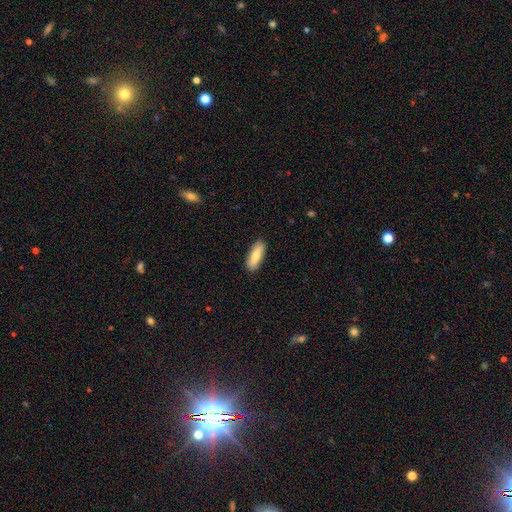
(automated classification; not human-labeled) Smooth or featured?
  - smooth: 72% *
  - featured or disk: 22%
  - star or artifact: 6%
How rounded?
  - in between: 62% *
  - cigar-shaped: 36%
  - round: 2%
Merging?
  - none: 89% *
  - minor disturbance: 8%
  - major disturbance: 2%
  - merger: 1%